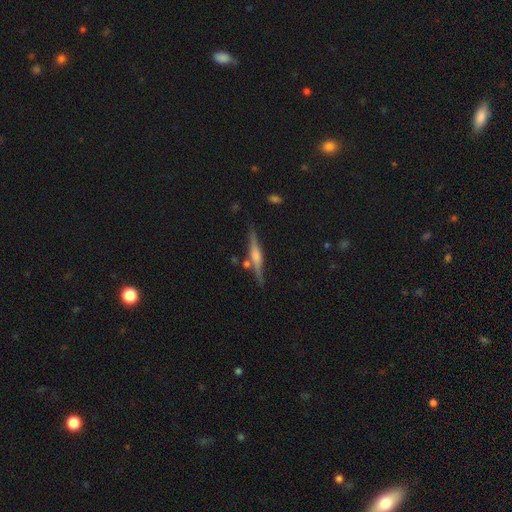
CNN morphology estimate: Smooth or featured? Predicted: featured or disk (p=0.78). Edge-on disk? Predicted: yes (p=0.98). Edge-on bulge? Predicted: rounded (p=0.74). Merging? Predicted: none (p=0.85).